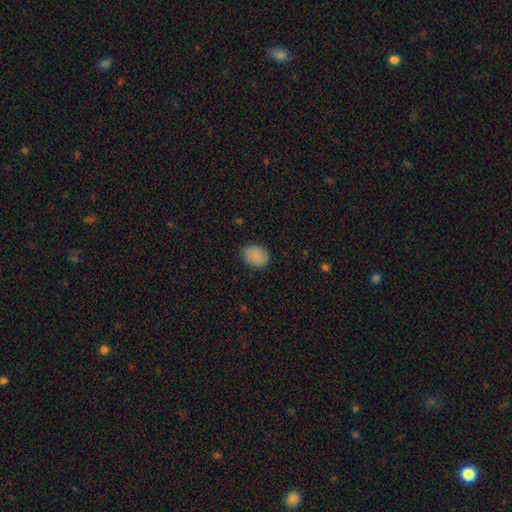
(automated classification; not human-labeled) This appears to be a smooth galaxy with no disk features (87%) that is in between round and cigar-shaped (54%). Merging: none (78%).